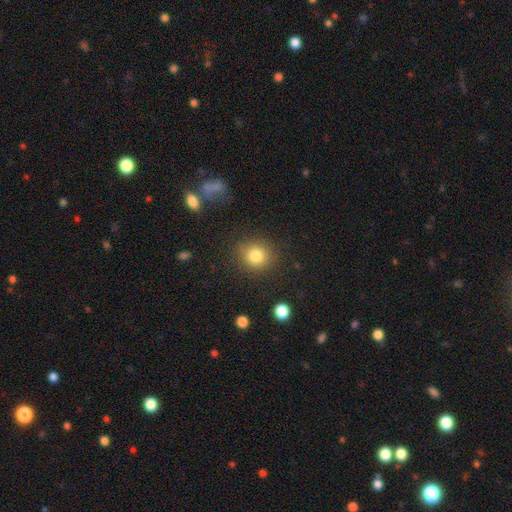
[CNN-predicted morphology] Smooth or featured? Predicted: smooth (p=0.82). How rounded? Predicted: round (p=0.83). Merging? Predicted: none (p=0.85).